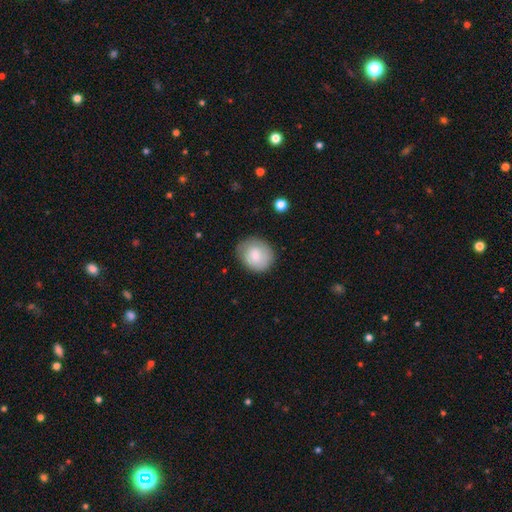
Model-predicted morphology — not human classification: This is likely a smooth galaxy (80%). How rounded: likely round (69%). Merging: likely none (75%).